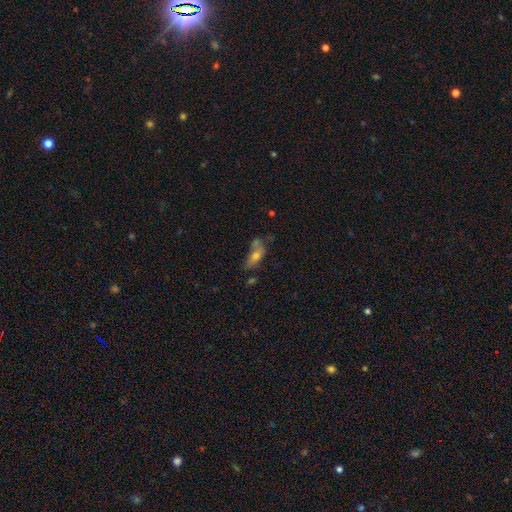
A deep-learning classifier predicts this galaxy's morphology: The model was most divided on "merging": none: 39%, merger: 26%, minor disturbance: 22%, major disturbance: 13%. More confident: how rounded — in between (71%); smooth or featured — smooth (54%).